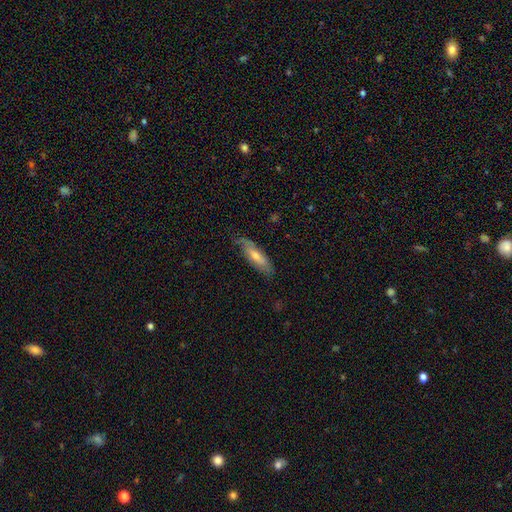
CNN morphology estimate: A smooth galaxy with no disk features (50%). Merging: none (71%).